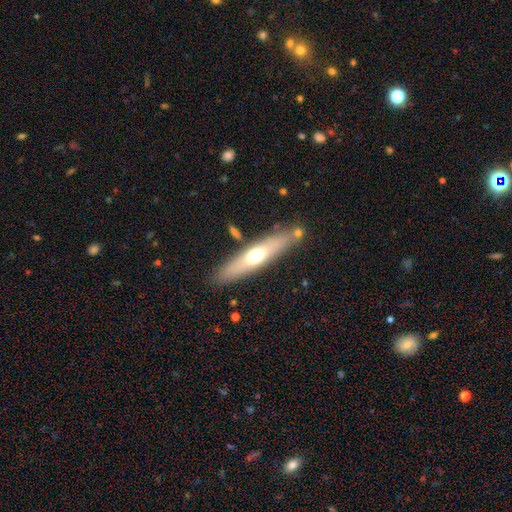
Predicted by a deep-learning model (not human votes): The model was most divided on "smooth or featured": smooth: 50%, featured or disk: 44%, star or artifact: 6%. More confident: merging — none (82%); how rounded — cigar-shaped (78%).